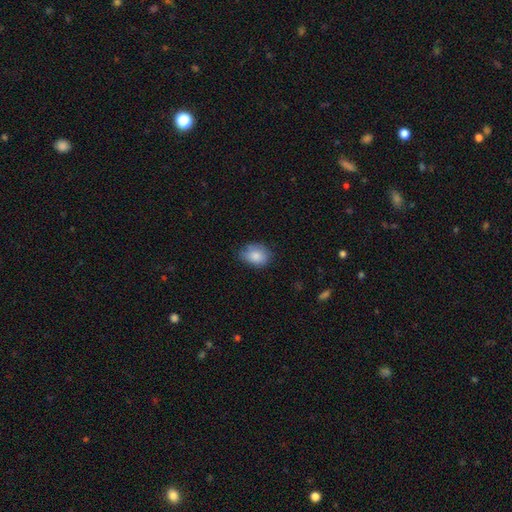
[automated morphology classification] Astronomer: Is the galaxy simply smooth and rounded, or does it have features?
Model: smooth — 85%.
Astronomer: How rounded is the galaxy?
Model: in between — 69%.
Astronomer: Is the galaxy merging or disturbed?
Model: none — 68%.